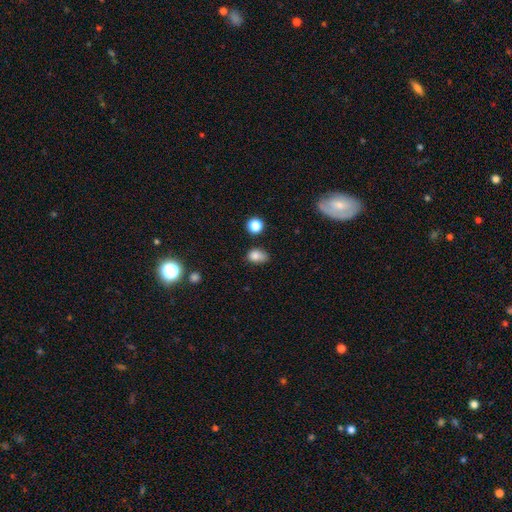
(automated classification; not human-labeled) smooth 81%, star or artifact 12%, featured or disk 7%. Down the decision tree: how rounded — in between (68%); merging — none (47%).